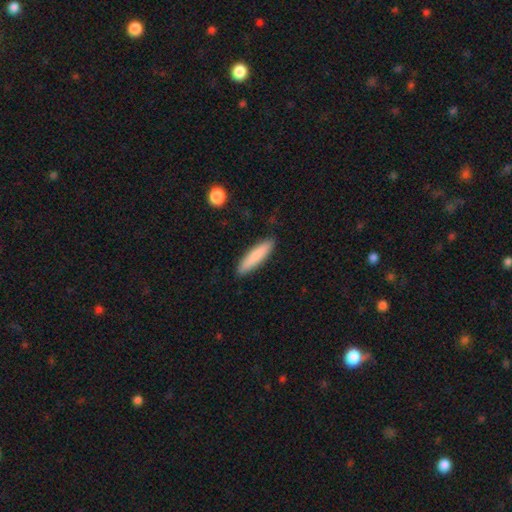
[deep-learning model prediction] Smooth or featured? Predicted: smooth (p=0.82). How rounded? Predicted: cigar-shaped (p=0.81). Merging? Predicted: none (p=0.89).